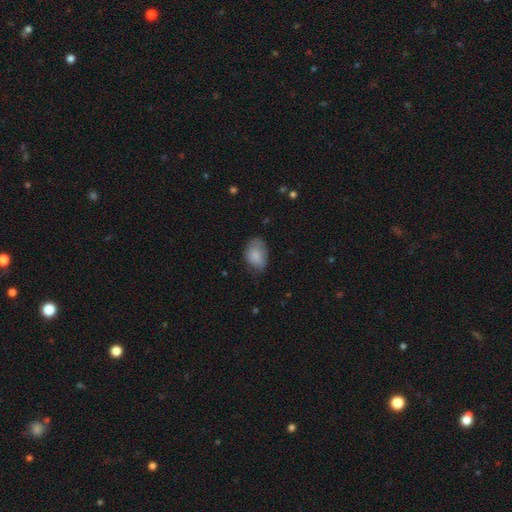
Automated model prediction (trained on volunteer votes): The model was most divided on "merging": none: 59%, minor disturbance: 32%, major disturbance: 8%, merger: 1%. More confident: how rounded — in between (86%); smooth or featured — smooth (82%).